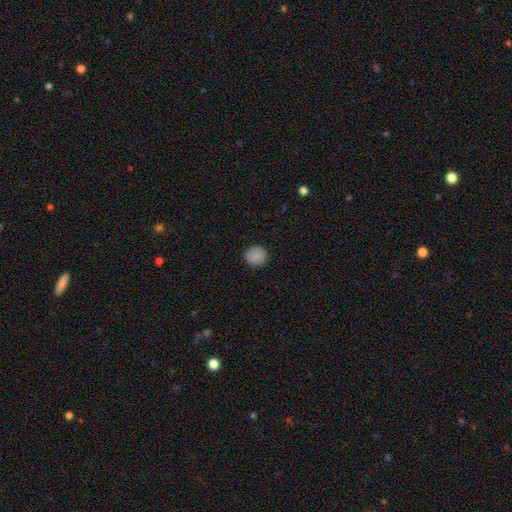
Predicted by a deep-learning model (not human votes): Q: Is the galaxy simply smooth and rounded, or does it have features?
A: smooth — 88%.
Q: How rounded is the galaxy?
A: round — 90%.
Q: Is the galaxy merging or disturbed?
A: none — 91%.